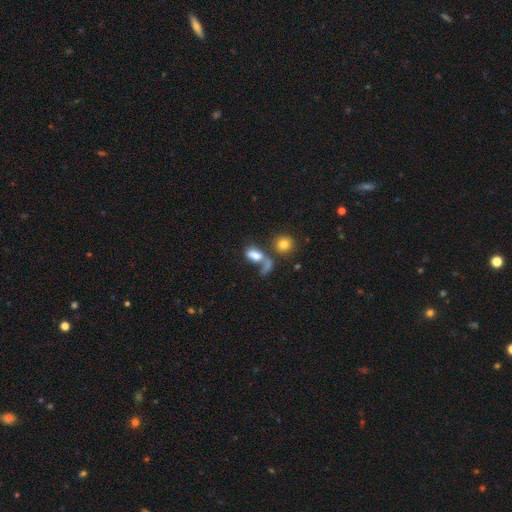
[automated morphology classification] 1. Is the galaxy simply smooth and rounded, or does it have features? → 72% smooth, 17% featured or disk, 11% star or artifact.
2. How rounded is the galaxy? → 85% in between, 10% round, 5% cigar-shaped.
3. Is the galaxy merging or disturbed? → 44% merger, 26% none, 18% major disturbance, 13% minor disturbance.